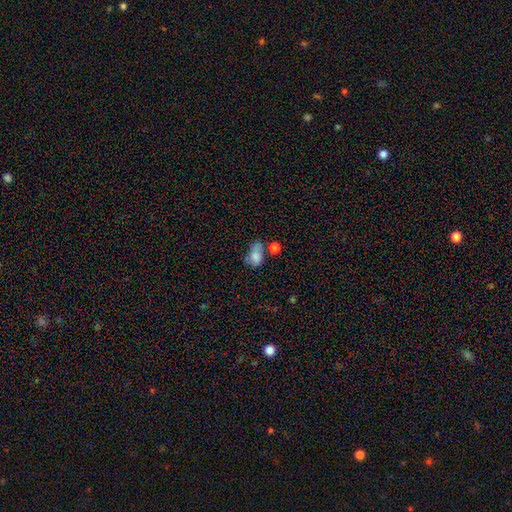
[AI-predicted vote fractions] This appears to be a smooth galaxy with no disk features (72%) that is in between round and cigar-shaped (82%). Merging: none (31%).